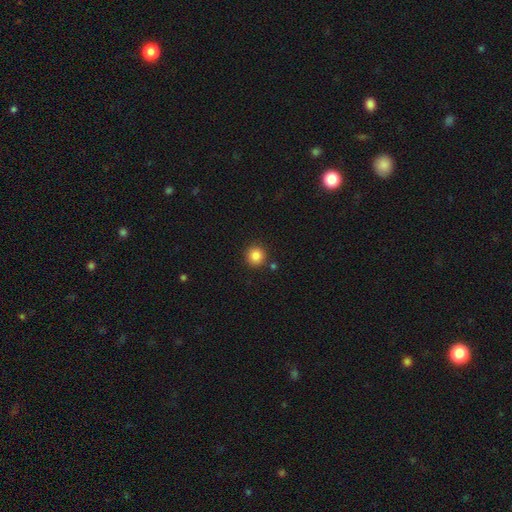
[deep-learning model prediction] smooth-or-featured: smooth: 86% | star or artifact: 11% | featured or disk: 4%
  how-rounded: round: 94% | in between: 5% | cigar-shaped: 1%
  merging: none: 88% | minor disturbance: 6% | merger: 4% | major disturbance: 2%